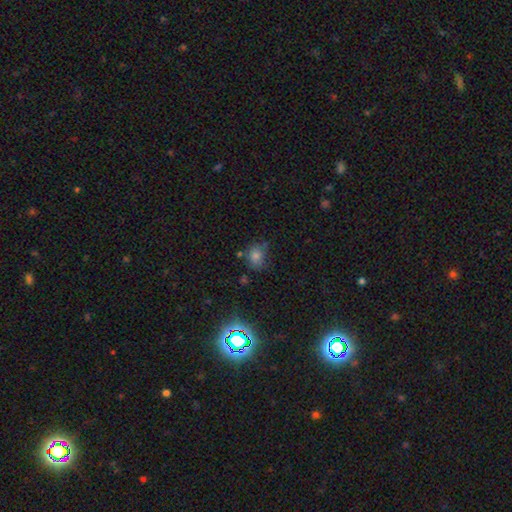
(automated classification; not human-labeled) Q: Smooth or featured?
A: smooth (64%); runner-up: star or artifact (27%)
Q: How rounded?
A: round (65%); runner-up: in between (34%)
Q: Merging?
A: none (64%); runner-up: minor disturbance (23%)